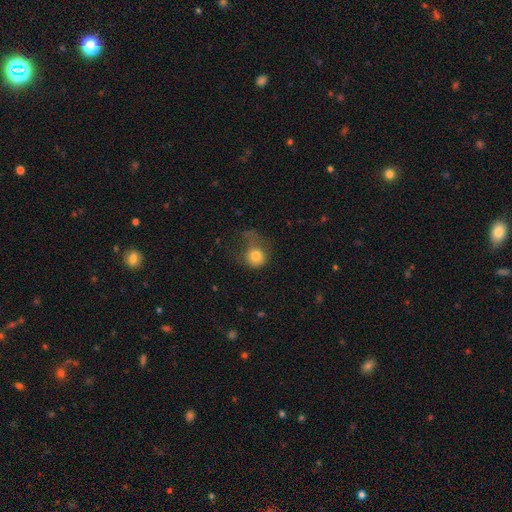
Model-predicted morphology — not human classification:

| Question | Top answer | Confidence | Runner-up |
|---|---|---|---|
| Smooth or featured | smooth | 77% | featured or disk (13%) |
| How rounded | round | 75% | in between (24%) |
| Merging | major disturbance | 48% | none (25%) |